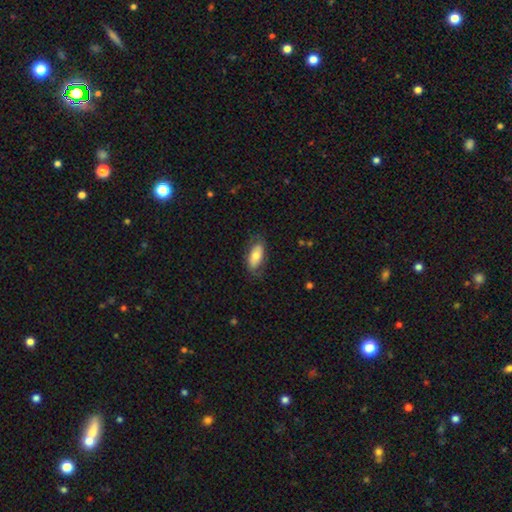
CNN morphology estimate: smooth-or-featured: smooth: 70% | featured or disk: 24% | star or artifact: 6%
  how-rounded: in between: 87% | cigar-shaped: 10% | round: 3%
  merging: none: 71% | minor disturbance: 21% | major disturbance: 8% | merger: 1%